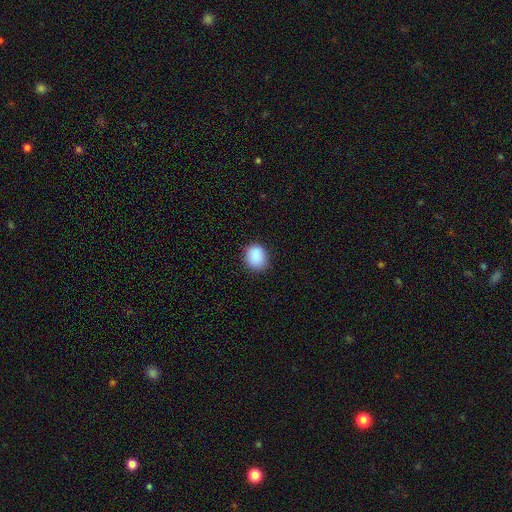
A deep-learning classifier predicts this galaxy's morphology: type=smooth (89%); roundness=round (64%); merging=none (83%).